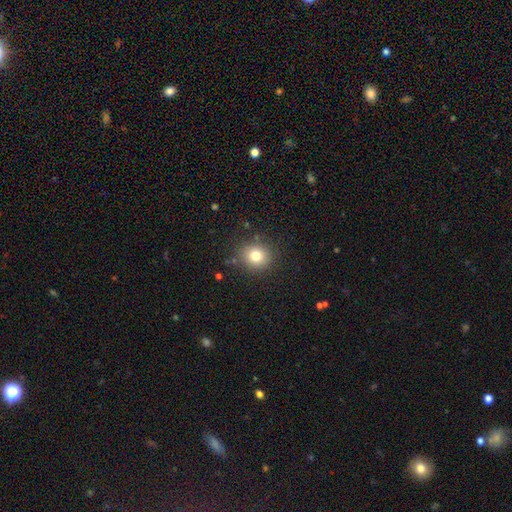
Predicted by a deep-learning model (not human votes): smooth_or_featured: smooth (p=0.79) [alt: star or artifact p=0.12]
how_rounded: round (p=0.83) [alt: in between p=0.17]
merging: none (p=0.86) [alt: minor disturbance p=0.09]